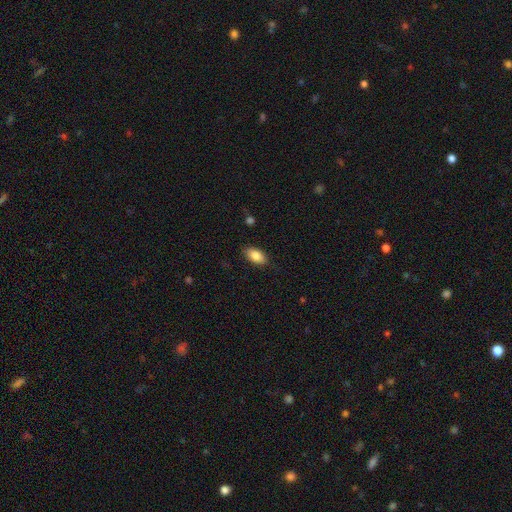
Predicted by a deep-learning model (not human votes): The model was most divided on "merging": none: 86%, minor disturbance: 11%, major disturbance: 2%, merger: 1%. More confident: how rounded — in between (92%); smooth or featured — smooth (86%).